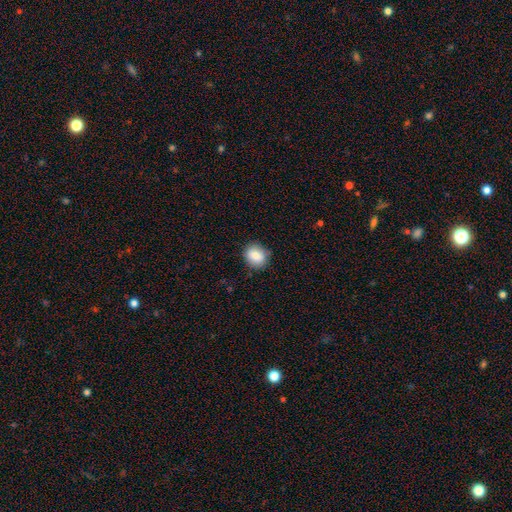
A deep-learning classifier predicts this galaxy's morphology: Overall: smooth (84%). How rounded: round (63%; in between 36%). Merging: none (83%).